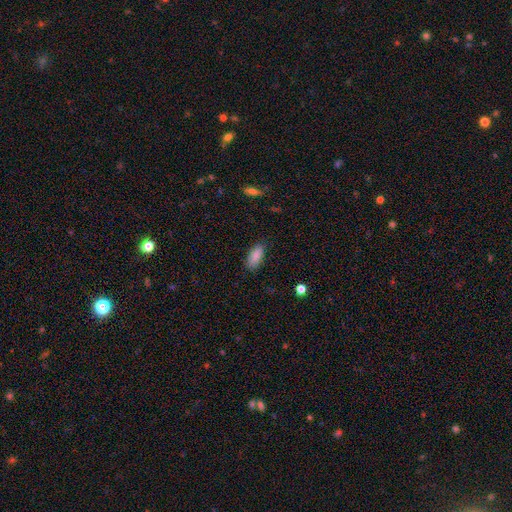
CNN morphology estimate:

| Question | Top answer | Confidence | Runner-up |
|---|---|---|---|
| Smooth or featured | smooth | 86% | star or artifact (7%) |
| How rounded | in between | 86% | cigar-shaped (12%) |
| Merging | none | 81% | minor disturbance (15%) |